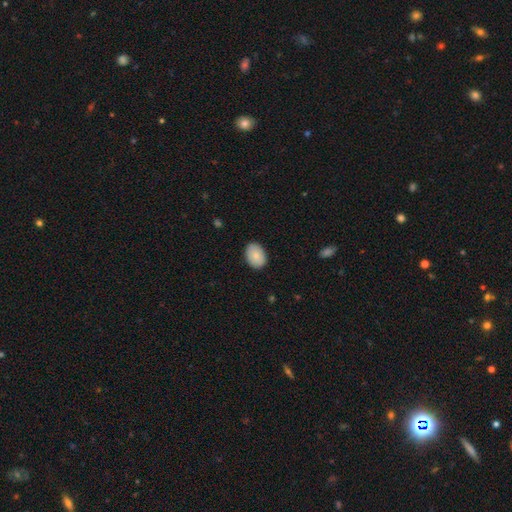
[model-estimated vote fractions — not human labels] smooth_or_featured: smooth (p=0.87) [alt: featured or disk p=0.07]
how_rounded: in between (p=0.79) [alt: round p=0.20]
merging: none (p=0.87) [alt: minor disturbance p=0.10]